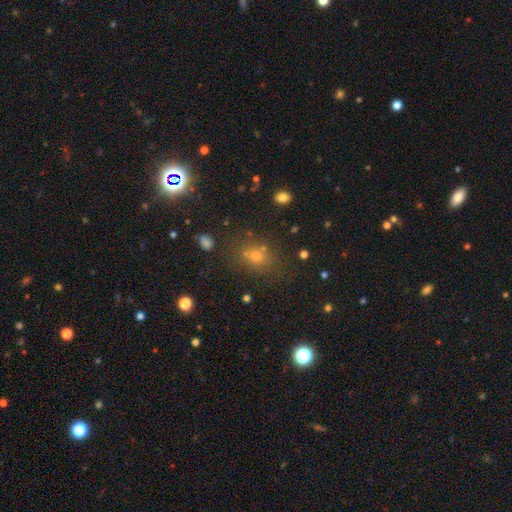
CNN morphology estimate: The model was most divided on "how rounded": round: 58%, in between: 40%, cigar-shaped: 2%. More confident: merging — none (71%); smooth or featured — smooth (57%).